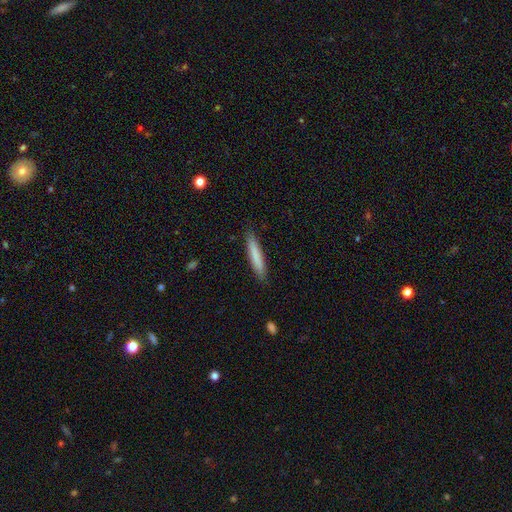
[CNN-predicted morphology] This is likely a smooth galaxy (80%). How rounded: clearly cigar-shaped (92%). Merging: clearly none (89%).